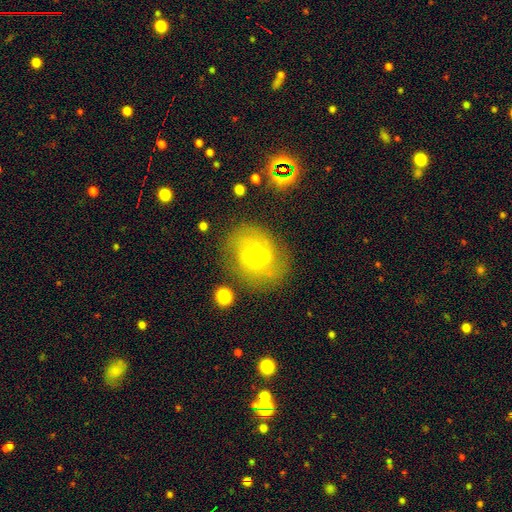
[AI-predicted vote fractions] Q: Smooth or featured?
A: featured or disk (79%); runner-up: smooth (14%)
Q: Edge-on disk?
A: no (98%); runner-up: yes (2%)
Q: Bar?
A: weak (53%); runner-up: no (39%)
Q: Spiral arms?
A: yes (95%); runner-up: no (5%)
Q: Spiral winding?
A: medium (47%); runner-up: tight (39%)
Q: Spiral arm count?
A: 2 (59%); runner-up: can't tell (15%)
Q: Bulge size?
A: small (77%); runner-up: moderate (14%)
Q: Merging?
A: none (74%); runner-up: minor disturbance (16%)